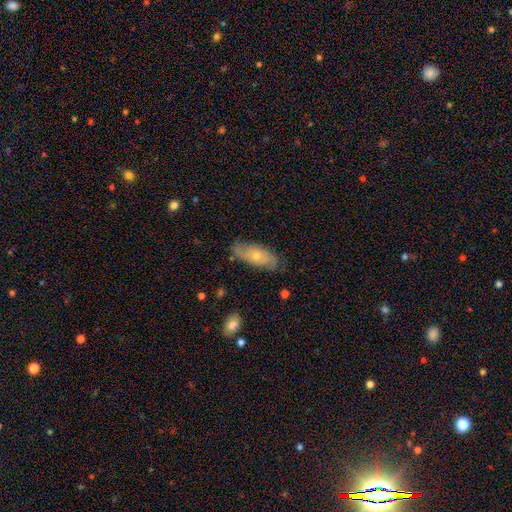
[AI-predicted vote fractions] Morphology: type=featured or disk (65%); edge-on=no (87%); bar=no (80%); spiral arms=yes (84%); bulge=small (56%); merging=none (73%).